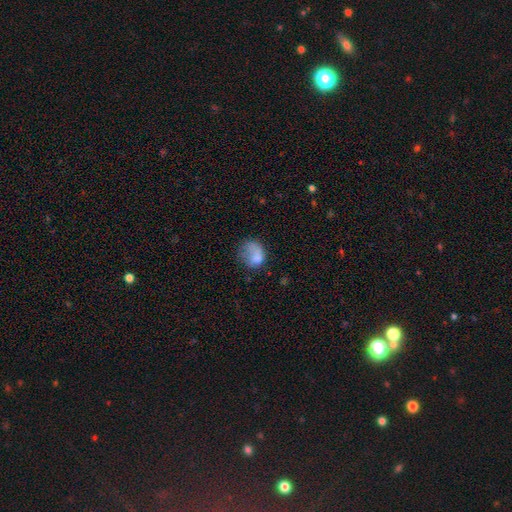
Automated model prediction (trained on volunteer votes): A smooth galaxy with no disk features (71%) that is round (50%).

Vote fractions:
- Smooth or featured? smooth: 71% / featured or disk: 18% / star or artifact: 10%
- How rounded? round: 50% / in between: 49% / cigar-shaped: 1%
- Merging? major disturbance: 36% / none: 31% / minor disturbance: 27% / merger: 5%